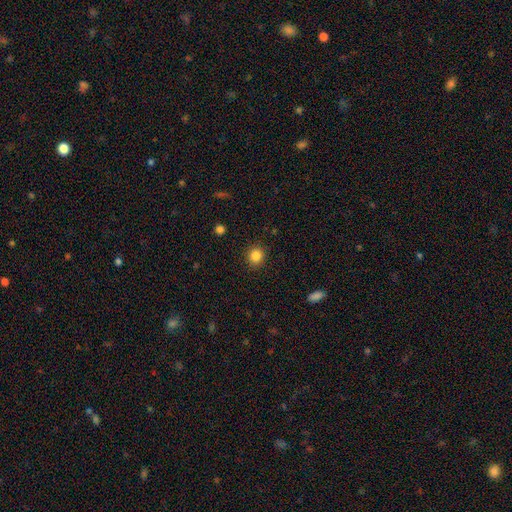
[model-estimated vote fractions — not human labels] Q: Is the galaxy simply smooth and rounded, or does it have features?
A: smooth — 85%.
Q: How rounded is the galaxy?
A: round — 85%.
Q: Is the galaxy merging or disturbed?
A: none — 90%.